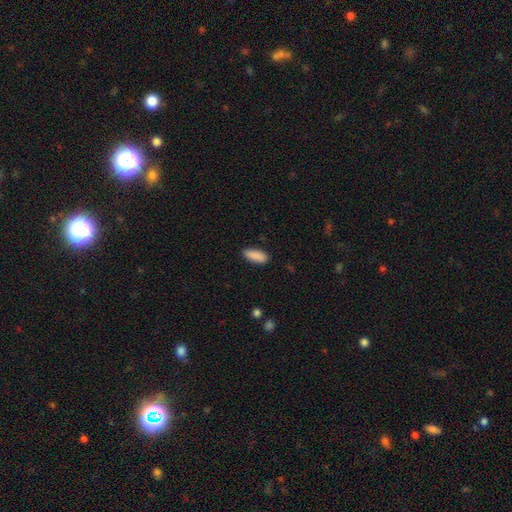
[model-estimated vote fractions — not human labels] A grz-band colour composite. It shows a smooth galaxy with no disk features (90%) that is in between round and cigar-shaped (73%). Merging: none (85%).